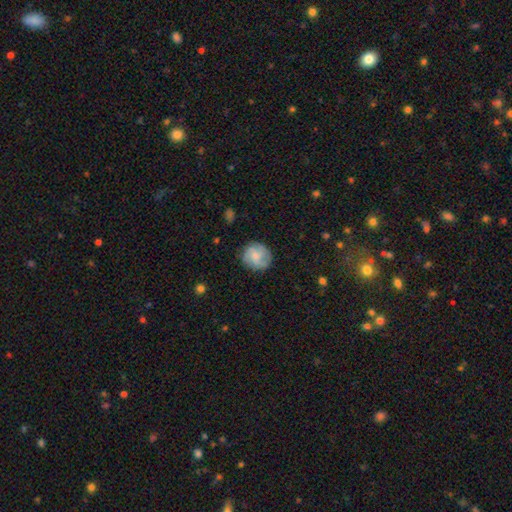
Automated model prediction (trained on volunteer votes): This appears to be a smooth galaxy with no disk features (49%). Merging: none (79%).